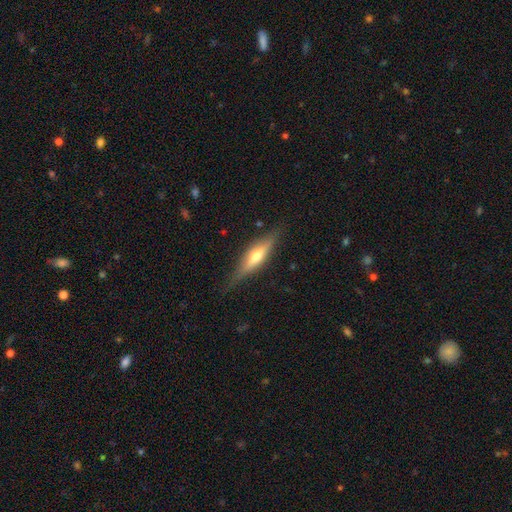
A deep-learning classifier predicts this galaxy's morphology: smooth-or-featured: featured or disk: 61% | smooth: 33% | star or artifact: 7%
  disk-edge-on: yes: 94% | no: 6%
    edge-on-bulge: rounded: 87% | boxy: 7% | none: 6%
  merging: none: 81% | minor disturbance: 14% | major disturbance: 4% | merger: 1%